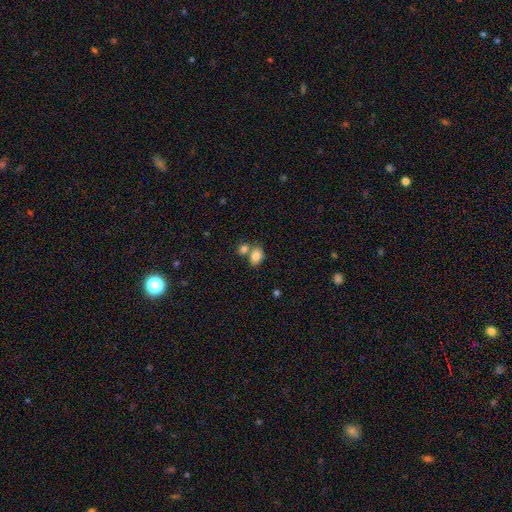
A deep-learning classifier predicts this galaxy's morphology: A smooth galaxy with no disk features (82%) that is in between round and cigar-shaped (69%). Merging: none (48%).